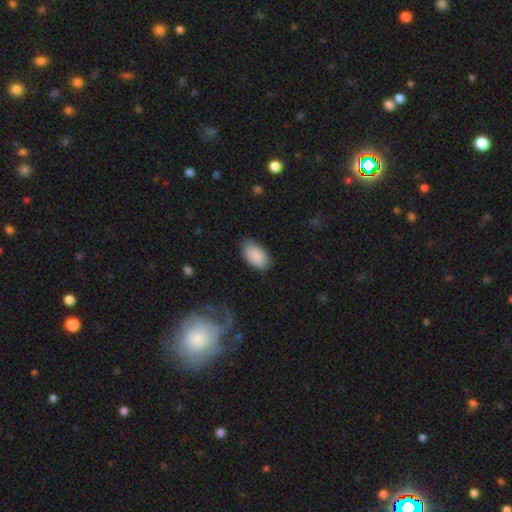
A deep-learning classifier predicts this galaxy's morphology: This appears to be a smooth galaxy with no disk features (89%) that is in between round and cigar-shaped (94%). Merging: none (81%).